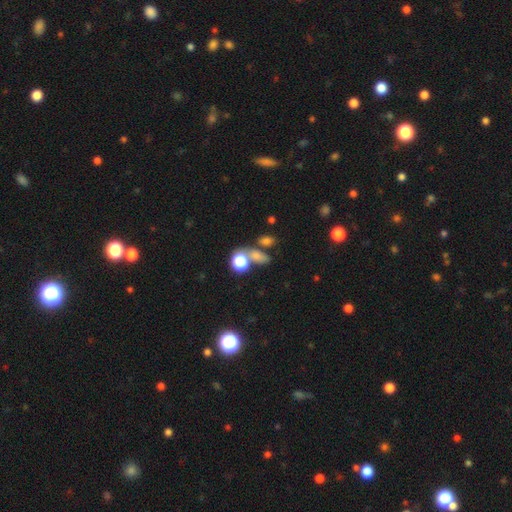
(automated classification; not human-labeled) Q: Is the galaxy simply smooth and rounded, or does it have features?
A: smooth — 70%.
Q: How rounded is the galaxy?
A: in between — 62%.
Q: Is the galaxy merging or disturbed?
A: none — 48%.